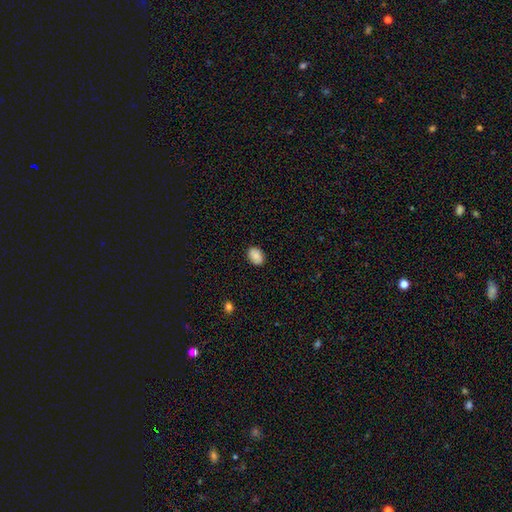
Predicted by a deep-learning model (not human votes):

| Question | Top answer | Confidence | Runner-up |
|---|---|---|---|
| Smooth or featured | smooth | 87% | star or artifact (8%) |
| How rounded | in between | 81% | round (18%) |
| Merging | none | 87% | minor disturbance (10%) |